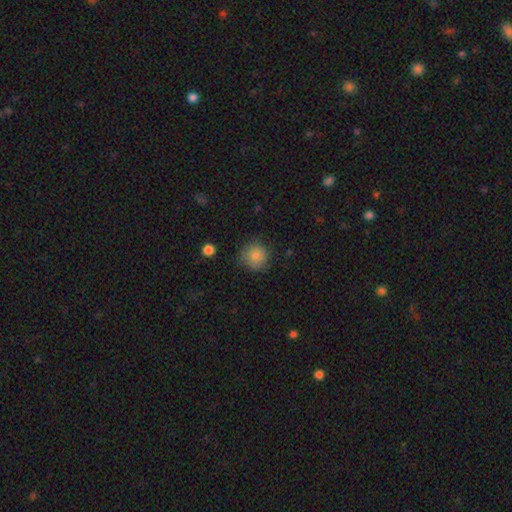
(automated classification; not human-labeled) Smooth or featured? smooth (84%)
How rounded? round (92%)
Merging? none (78%)